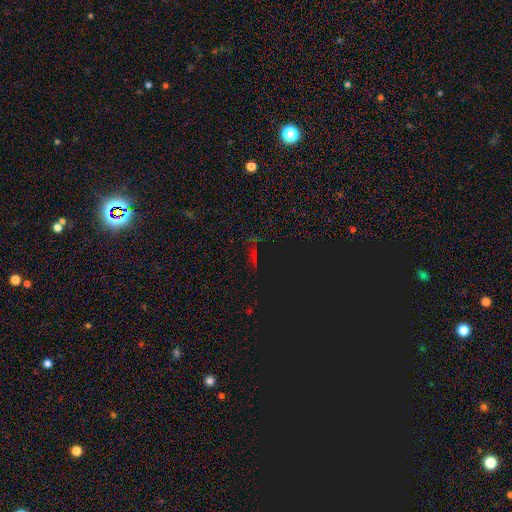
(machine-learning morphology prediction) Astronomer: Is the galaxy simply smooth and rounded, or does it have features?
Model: star or artifact — 70%.